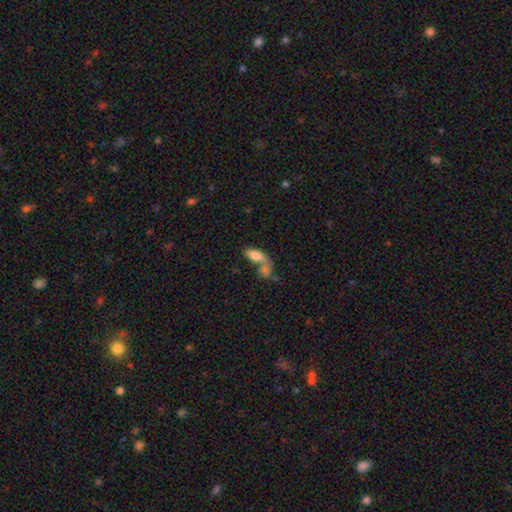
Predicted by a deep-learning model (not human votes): The model was most divided on "merging": merger: 56%, none: 27%, minor disturbance: 10%, major disturbance: 7%. More confident: how rounded — in between (82%); smooth or featured — smooth (72%).